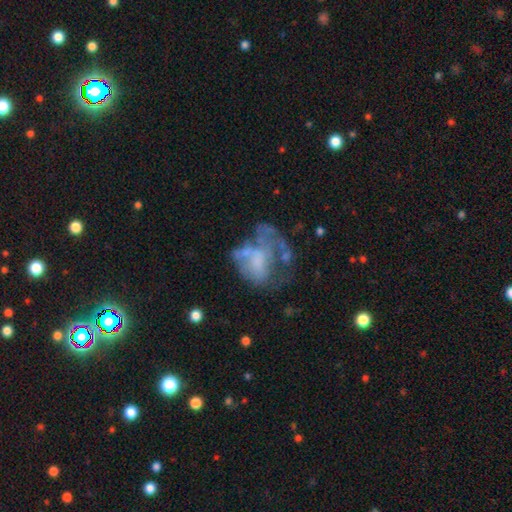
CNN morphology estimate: The model was most divided on "merging": major disturbance: 43%, none: 26%, minor disturbance: 18%, merger: 13%. More confident: edge-on disk — no (97%); bar — no (83%); spiral arms — no (81%); bulge size — none (59%); smooth or featured — featured or disk (56%).